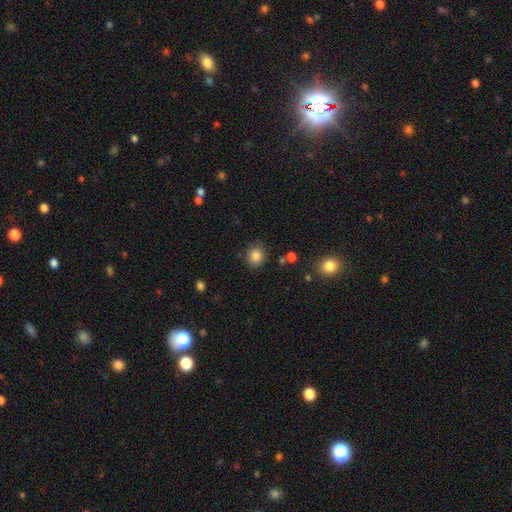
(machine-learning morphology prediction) Smooth or featured? smooth (85%)
How rounded? round (79%)
Merging? none (83%)